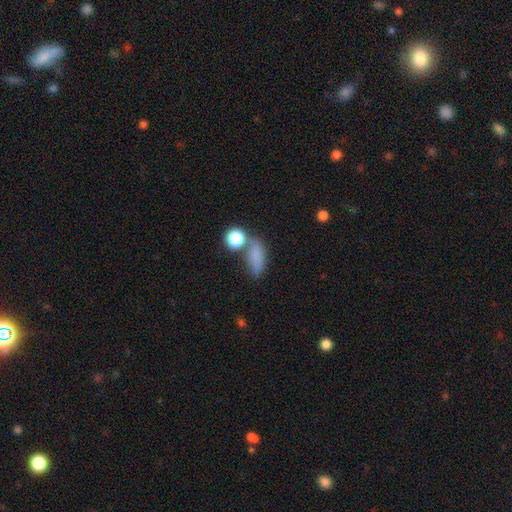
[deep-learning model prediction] Morphology: type=smooth (76%); roundness=in between (65%); merging=none (46%).